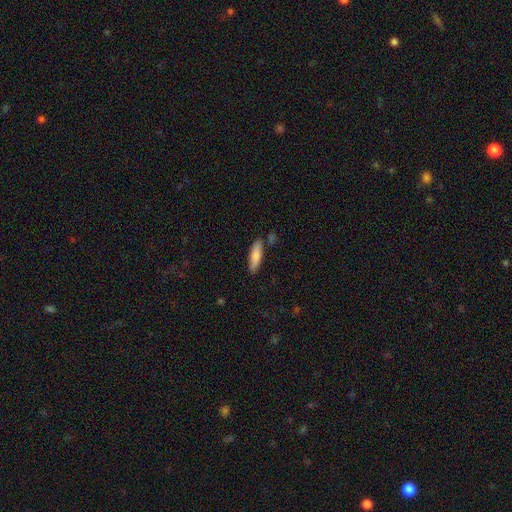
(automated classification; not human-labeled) Smooth or featured? Predicted: smooth (p=0.77). How rounded? Predicted: cigar-shaped (p=0.60). Merging? Predicted: none (p=0.81).